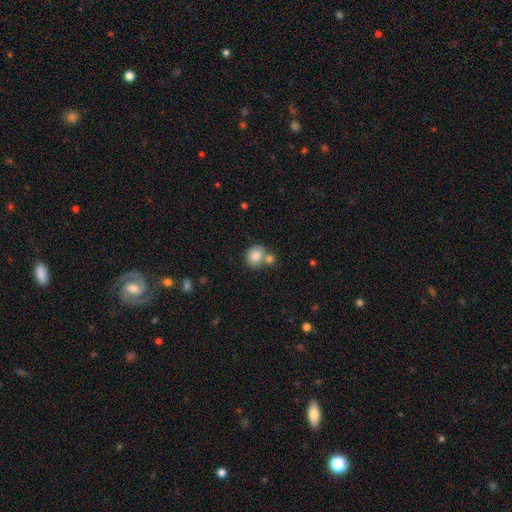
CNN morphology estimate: Overall: smooth (83%). How rounded: round (73%). Merging: none (48%; merger 38%).